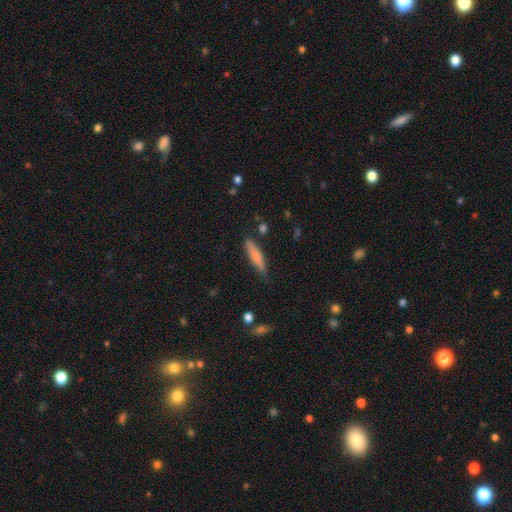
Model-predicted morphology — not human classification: The model was most divided on "smooth or featured": smooth: 75%, featured or disk: 19%, star or artifact: 6%. More confident: how rounded — cigar-shaped (83%); merging — none (79%).